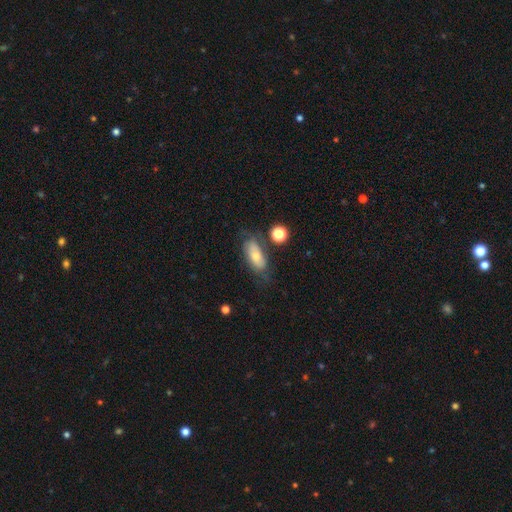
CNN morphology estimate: A smooth galaxy with no disk features (58%) that is in between round and cigar-shaped (83%).

Vote fractions:
- Smooth or featured? smooth: 58% / featured or disk: 34% / star or artifact: 8%
- How rounded? in between: 83% / cigar-shaped: 12% / round: 5%
- Merging? none: 61% / minor disturbance: 23% / major disturbance: 11% / merger: 6%